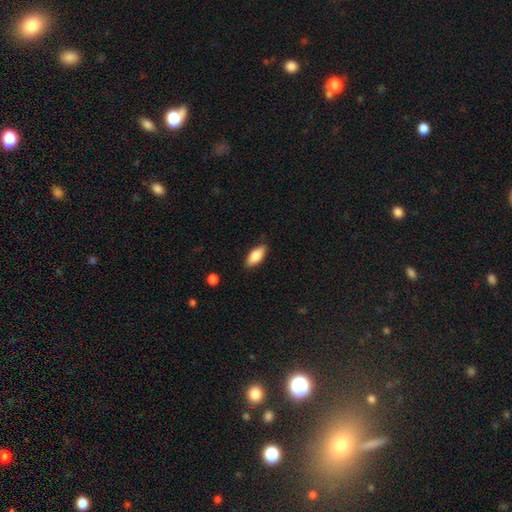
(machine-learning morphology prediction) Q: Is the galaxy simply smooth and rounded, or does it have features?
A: smooth — 81%.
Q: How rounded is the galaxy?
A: in between — 84%.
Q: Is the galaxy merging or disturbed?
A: none — 86%.